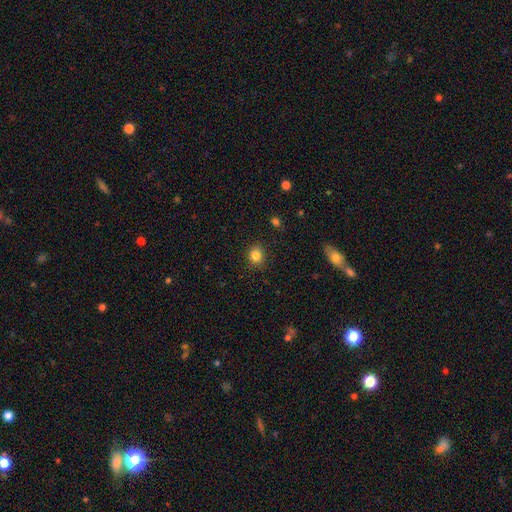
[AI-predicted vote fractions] Smooth or featured?
  - smooth: 84% *
  - star or artifact: 11%
  - featured or disk: 5%
How rounded?
  - round: 70% *
  - in between: 30%
  - cigar-shaped: 1%
Merging?
  - none: 87% *
  - minor disturbance: 9%
  - major disturbance: 2%
  - merger: 1%